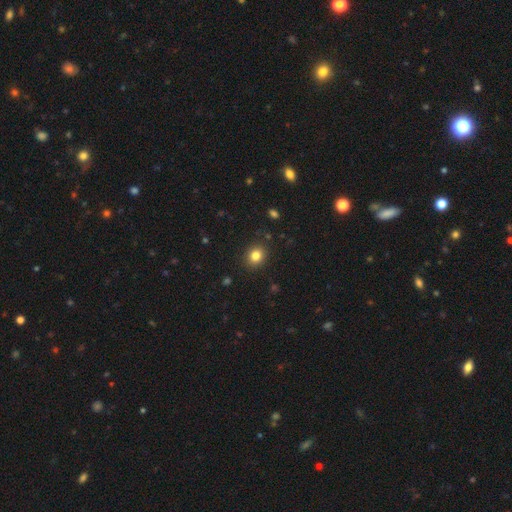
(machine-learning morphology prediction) type=smooth (82%); roundness=round (67%); merging=none (88%).